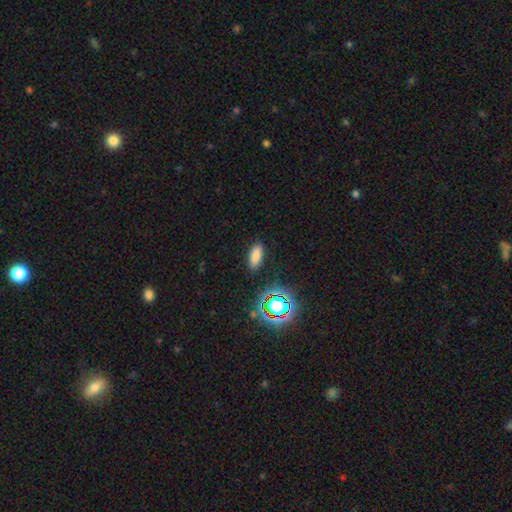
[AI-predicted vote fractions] smooth_or_featured: smooth (p=0.78) [alt: star or artifact p=0.17]
how_rounded: in between (p=0.82) [alt: cigar-shaped p=0.14]
merging: none (p=0.89) [alt: minor disturbance p=0.08]